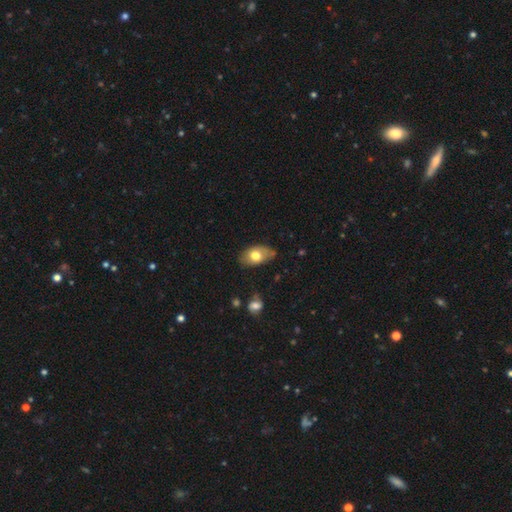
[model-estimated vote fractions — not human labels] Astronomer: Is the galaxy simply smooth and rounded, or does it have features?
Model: smooth — 71%.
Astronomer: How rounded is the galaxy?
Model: in between — 91%.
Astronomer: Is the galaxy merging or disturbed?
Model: none — 72%.